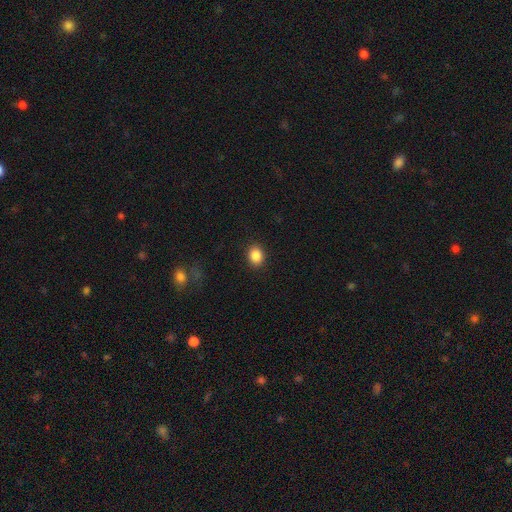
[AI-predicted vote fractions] Smooth or featured? Predicted: smooth (p=0.87). How rounded? Predicted: round (p=0.50). Merging? Predicted: none (p=0.90).